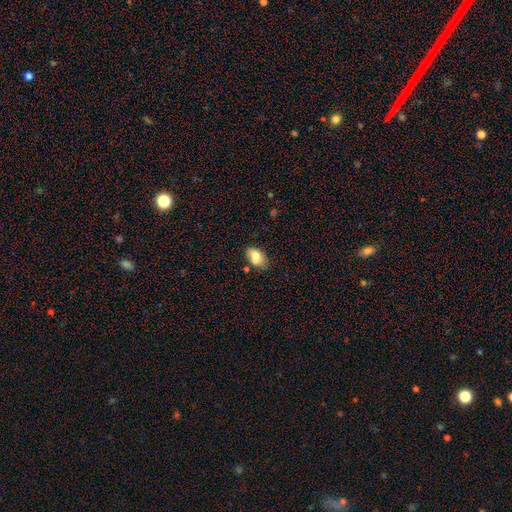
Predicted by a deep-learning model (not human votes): Overall: smooth (72%). How rounded: in between (87%). Merging: none (56%; minor disturbance 21%).